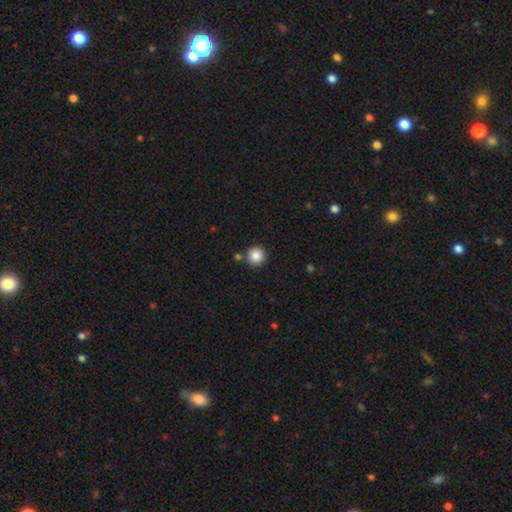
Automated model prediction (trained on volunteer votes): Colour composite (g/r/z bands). It shows a smooth galaxy with no disk features (86%) that is round (95%). Merging: none (85%).